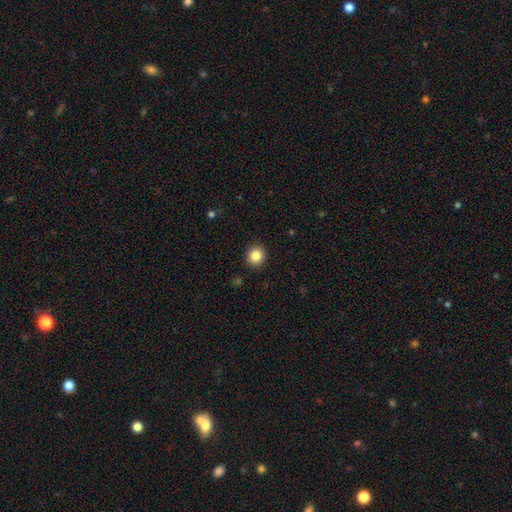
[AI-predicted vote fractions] Smooth or featured? Predicted: smooth (p=0.85). How rounded? Predicted: round (p=0.86). Merging? Predicted: none (p=0.91).